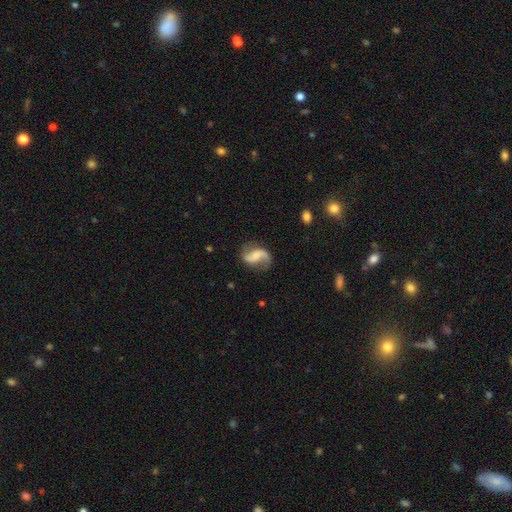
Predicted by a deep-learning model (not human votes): This appears to be a featured or disk galaxy (86%) with no bar (43%), 2 (92%) loose (67%) spiral arms (97%) and a small central bulge (37%). Merging: none (77%).